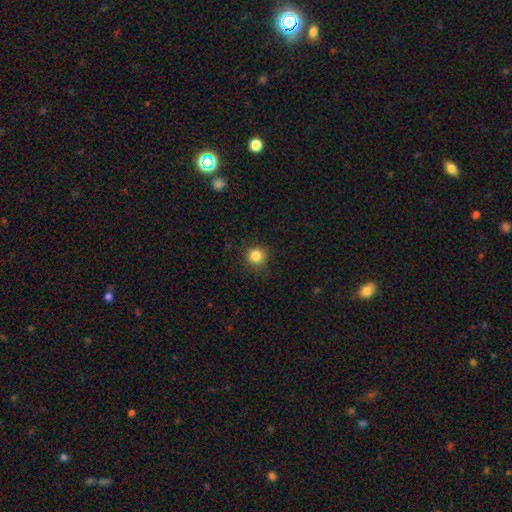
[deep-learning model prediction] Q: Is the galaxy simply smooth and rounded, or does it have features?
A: smooth — 84%.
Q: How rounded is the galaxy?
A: round — 94%.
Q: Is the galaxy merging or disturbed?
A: none — 87%.